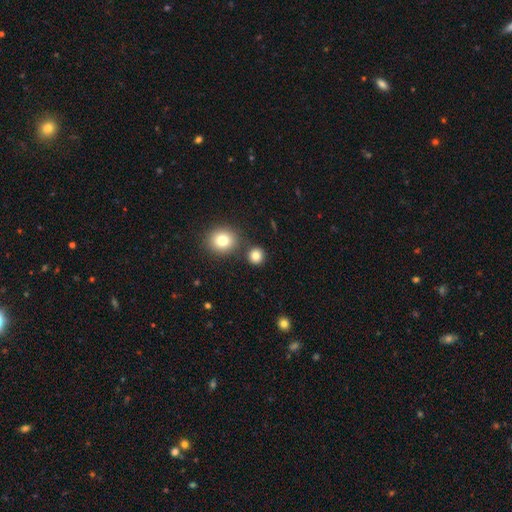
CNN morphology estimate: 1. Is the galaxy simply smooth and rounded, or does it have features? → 82% smooth, 12% star or artifact, 6% featured or disk.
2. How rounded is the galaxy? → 89% round, 10% in between, 1% cigar-shaped.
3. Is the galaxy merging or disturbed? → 81% none, 9% merger, 7% minor disturbance, 3% major disturbance.